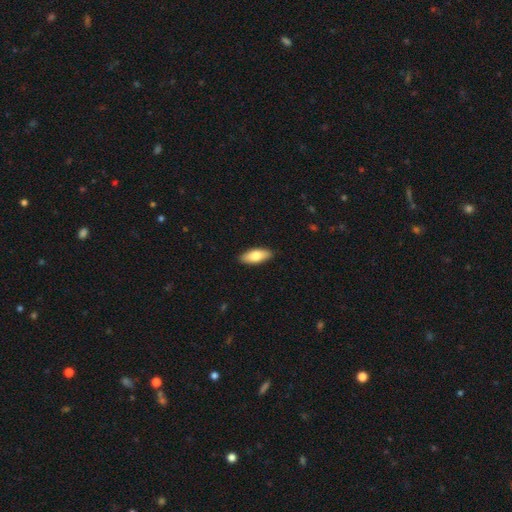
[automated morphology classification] smooth_or_featured: smooth (p=0.78) [alt: featured or disk p=0.17]
how_rounded: in between (p=0.79) [alt: cigar-shaped p=0.18]
merging: none (p=0.89) [alt: minor disturbance p=0.09]